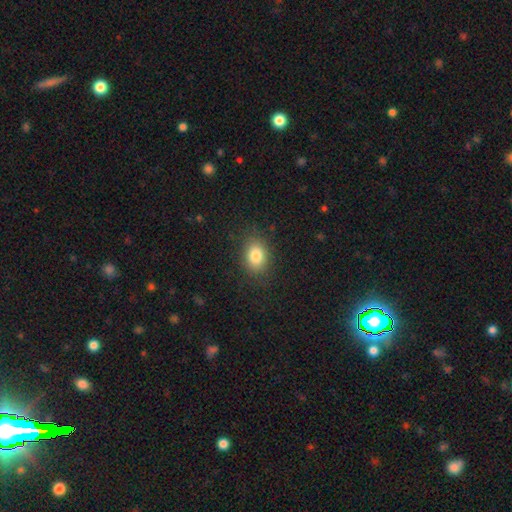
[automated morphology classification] This appears to be a smooth galaxy with no disk features (83%) that is in between round and cigar-shaped (67%). Merging: none (85%).